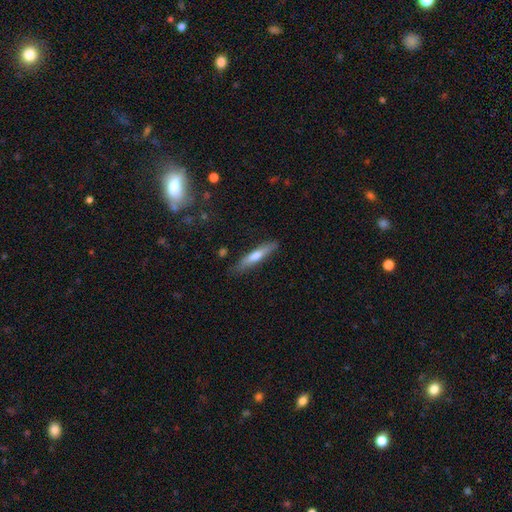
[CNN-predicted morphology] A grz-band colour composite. It shows a smooth galaxy with no disk features (58%) that is cigar-shaped (87%). Merging: none (84%).